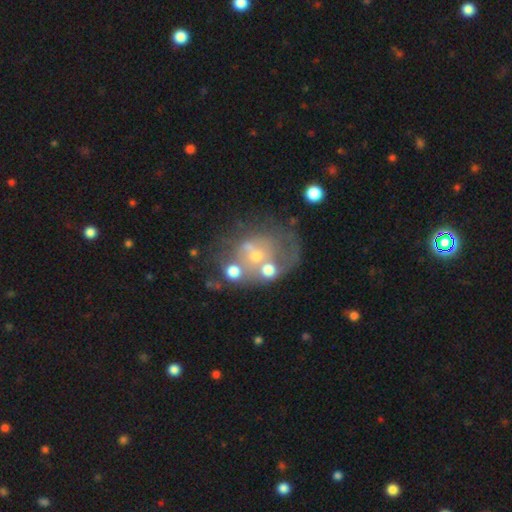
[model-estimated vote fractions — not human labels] smooth_or_featured: featured or disk (p=0.57) [alt: smooth p=0.25]
disk_edge_on: no (p=0.97) [alt: yes p=0.03]
bar: no (p=0.81) [alt: weak p=0.15]
has_spiral_arms: no (p=0.73) [alt: yes p=0.27]
bulge_size: small (p=0.46) [alt: moderate p=0.29]
merging: none (p=0.32) [alt: merger p=0.26]